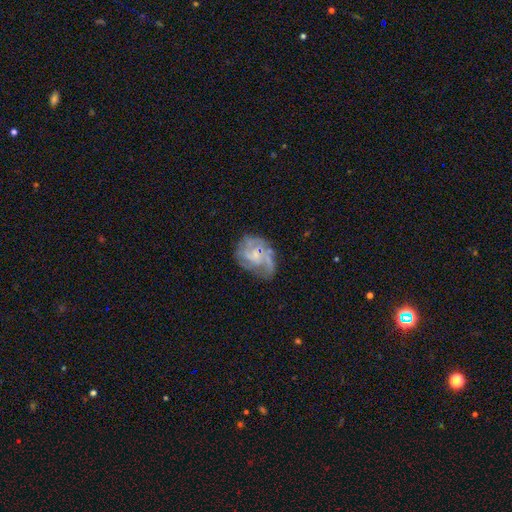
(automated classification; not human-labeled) featured or disk 74%, smooth 18%, star or artifact 9%. Down the decision tree: edge-on disk — no (98%); bar — no (64%); spiral arms — yes (76%); spiral arm count — can't tell (38%); spiral winding — medium (40%); bulge size — small (52%); merging — none (51%).